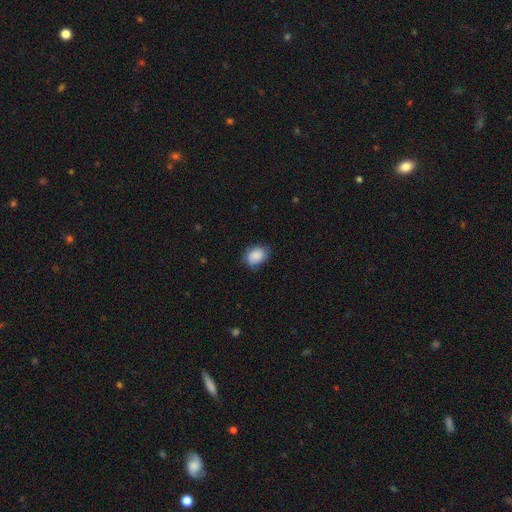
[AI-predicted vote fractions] This is clearly a smooth galaxy (87%). How rounded: likely in between (71%). Merging: likely none (73%).